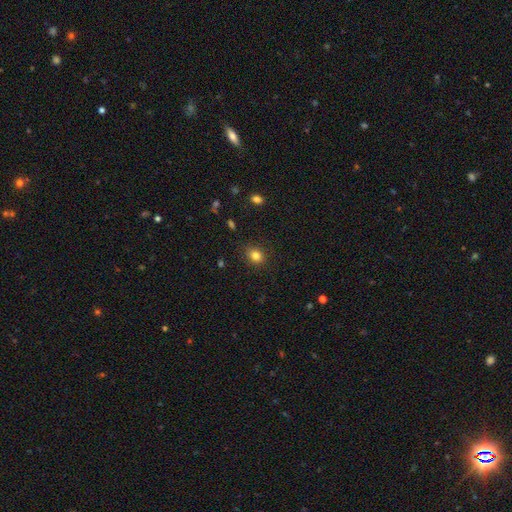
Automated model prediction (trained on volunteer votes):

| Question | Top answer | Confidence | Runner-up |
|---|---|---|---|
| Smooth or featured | smooth | 82% | star or artifact (12%) |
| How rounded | round | 59% | in between (40%) |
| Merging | none | 86% | minor disturbance (10%) |